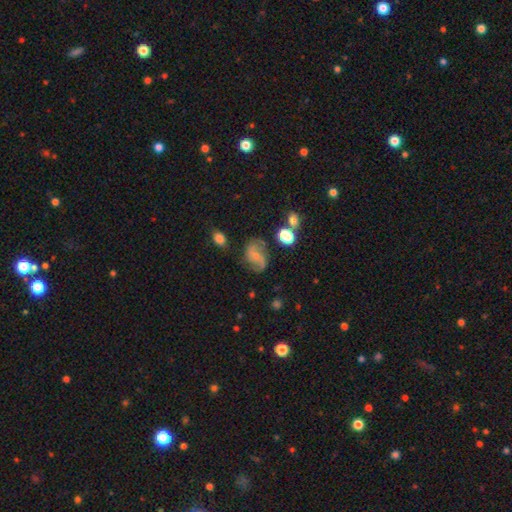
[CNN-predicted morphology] Smooth or featured?
  - featured or disk: 70% *
  - smooth: 20%
  - star or artifact: 10%
Edge-on disk?
  - no: 98% *
  - yes: 2%
Bar?
  - weak: 44% *
  - no: 41%
  - strong: 15%
Spiral arms?
  - yes: 92% *
  - no: 8%
Spiral winding?
  - loose: 61% *
  - medium: 31%
  - tight: 8%
Spiral arm count?
  - 2: 89% *
  - can't tell: 4%
  - 1: 3%
  - 3: 1%
  - 4: 1%
  - more than 4: 1%
Bulge size?
  - small: 50% *
  - none: 27%
  - moderate: 19%
  - large: 3%
  - dominant: 1%
Merging?
  - none: 62% *
  - minor disturbance: 21%
  - major disturbance: 12%
  - merger: 5%